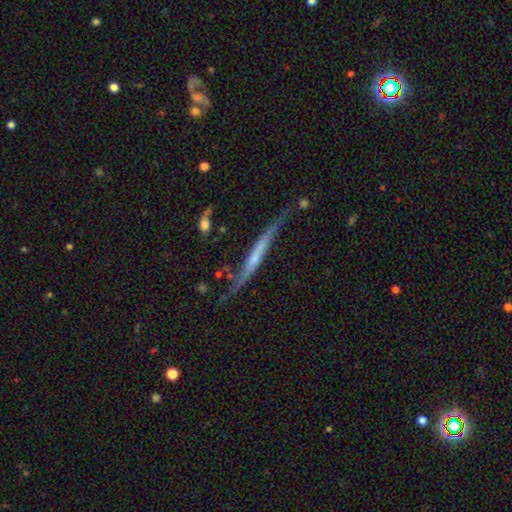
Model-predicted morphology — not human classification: Smooth or featured? featured or disk (67%)
Edge-on disk? yes (90%)
Edge-on bulge? none (63%)
Merging? none (62%)